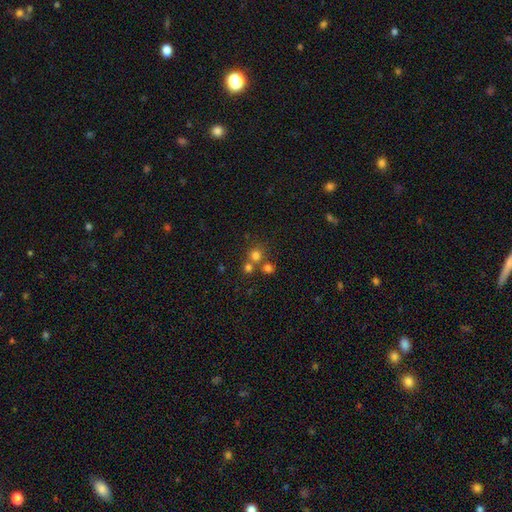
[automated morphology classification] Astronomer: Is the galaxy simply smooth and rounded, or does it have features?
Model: smooth — 71%.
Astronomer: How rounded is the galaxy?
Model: round — 89%.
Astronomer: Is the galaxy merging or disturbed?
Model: none — 57% (runner-up: merger, 33%).